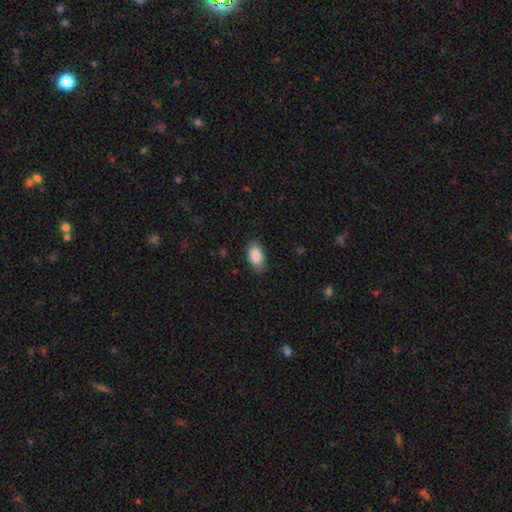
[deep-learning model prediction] Q: Smooth or featured?
A: smooth (89%); runner-up: star or artifact (6%)
Q: How rounded?
A: in between (93%); runner-up: round (4%)
Q: Merging?
A: none (82%); runner-up: minor disturbance (14%)